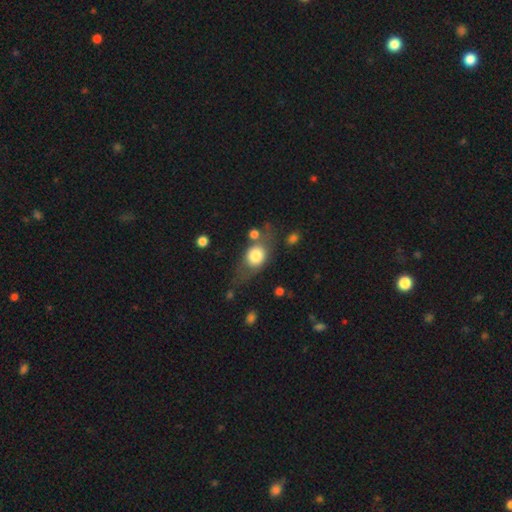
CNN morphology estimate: smooth 68%, featured or disk 24%, star or artifact 8%. Down the decision tree: how rounded — round (48%); merging — none (58%).